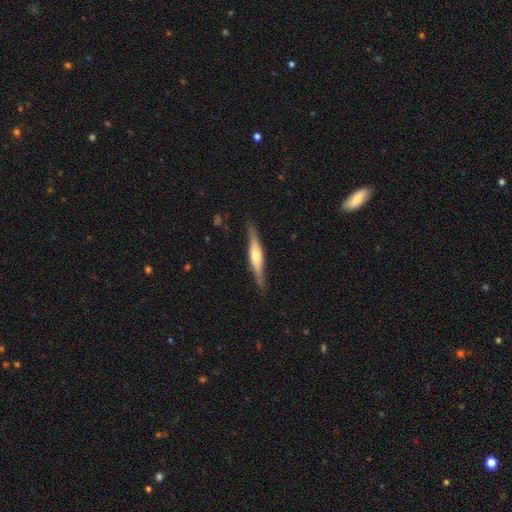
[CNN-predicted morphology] The model was most divided on "smooth or featured": featured or disk: 63%, smooth: 31%, star or artifact: 5%. More confident: edge-on disk — yes (94%); merging — none (83%); edge-on bulge — rounded (77%).